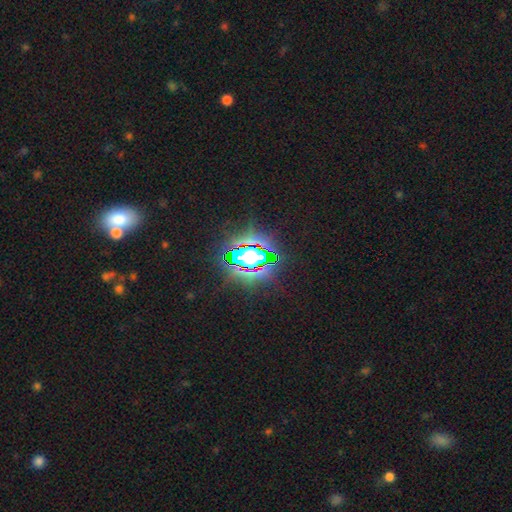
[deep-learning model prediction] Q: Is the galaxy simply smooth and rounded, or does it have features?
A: star or artifact — 83%.